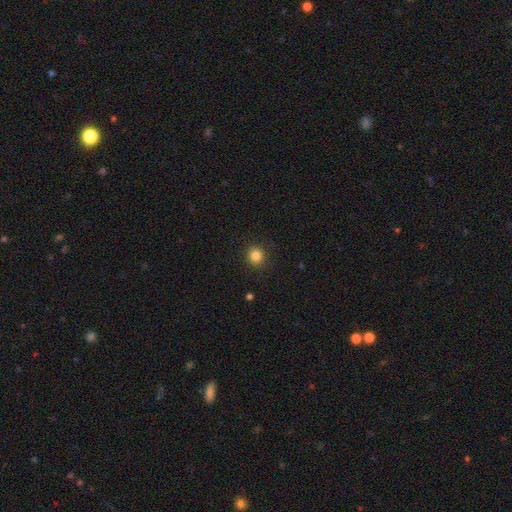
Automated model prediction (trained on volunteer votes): smooth_or_featured: smooth (p=0.84) [alt: star or artifact p=0.12]
how_rounded: round (p=0.90) [alt: in between p=0.09]
merging: none (p=0.91) [alt: minor disturbance p=0.06]